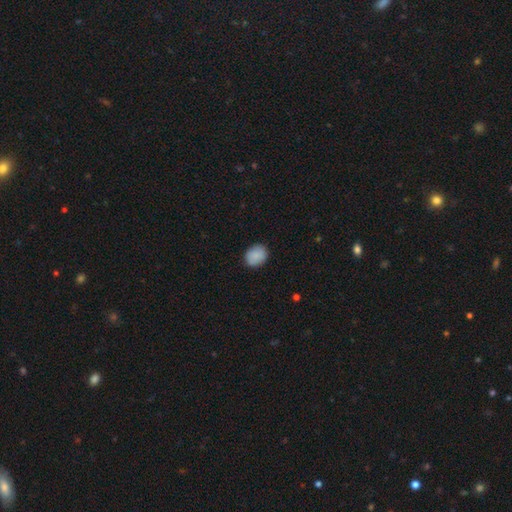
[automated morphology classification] smooth-or-featured: smooth: 88% | star or artifact: 7% | featured or disk: 5%
  how-rounded: round: 57% | in between: 42% | cigar-shaped: 1%
  merging: none: 88% | minor disturbance: 9% | major disturbance: 2% | merger: 1%